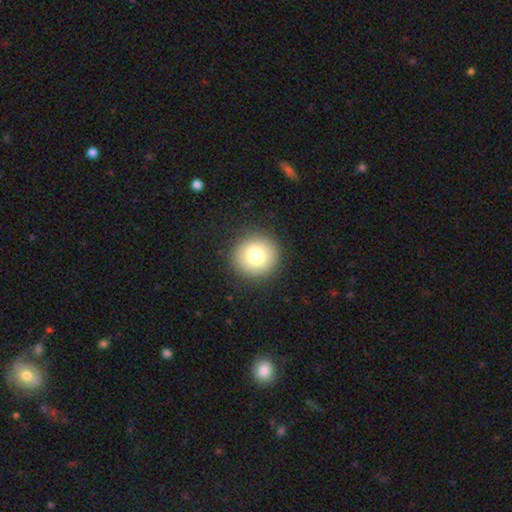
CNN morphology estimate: The model was most divided on "smooth or featured": smooth: 80%, featured or disk: 11%, star or artifact: 10%. More confident: how rounded — round (92%); merging — none (90%).